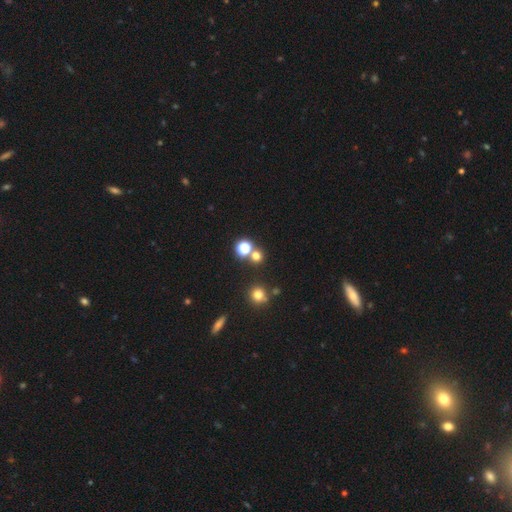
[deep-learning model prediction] A smooth galaxy with no disk features (62%) that is round (90%). Merging: none (72%).